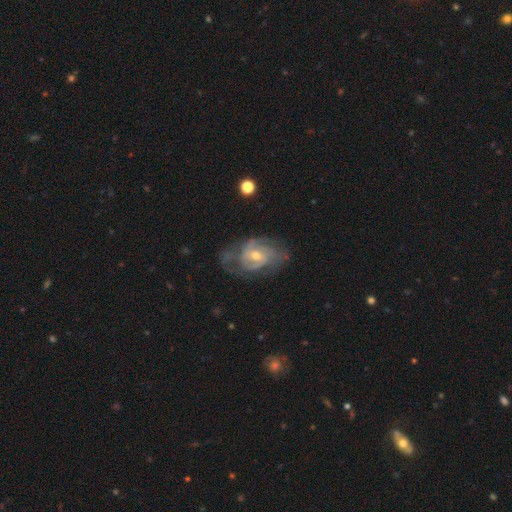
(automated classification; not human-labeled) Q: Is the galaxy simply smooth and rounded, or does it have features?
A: featured or disk — 80%.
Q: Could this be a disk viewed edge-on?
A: no — 96%.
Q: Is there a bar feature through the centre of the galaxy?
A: no — 53%.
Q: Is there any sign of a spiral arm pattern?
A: yes — 87%.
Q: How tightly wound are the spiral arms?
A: tight — 44%.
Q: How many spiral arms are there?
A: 2 — 41%.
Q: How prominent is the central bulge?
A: moderate — 51%.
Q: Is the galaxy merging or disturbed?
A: none — 53%.